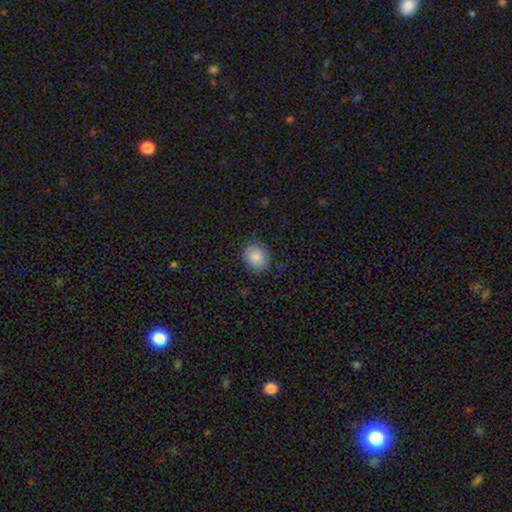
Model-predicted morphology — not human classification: smooth 86%, star or artifact 8%, featured or disk 5%. Down the decision tree: how rounded — round (67%); merging — none (85%).